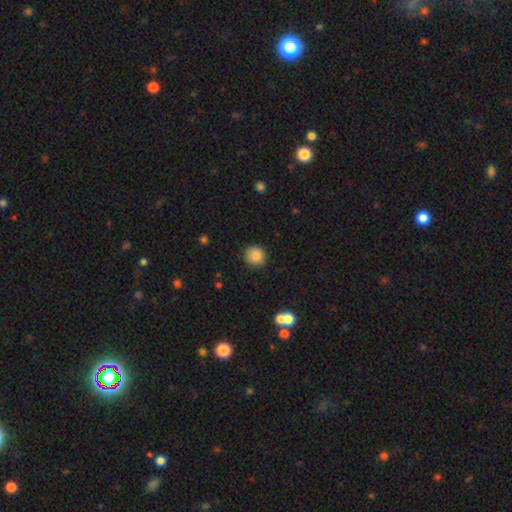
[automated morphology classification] smooth-or-featured: smooth: 86% | star or artifact: 9% | featured or disk: 4%
  how-rounded: round: 92% | in between: 7% | cigar-shaped: 1%
  merging: none: 90% | minor disturbance: 6% | major disturbance: 2% | merger: 2%